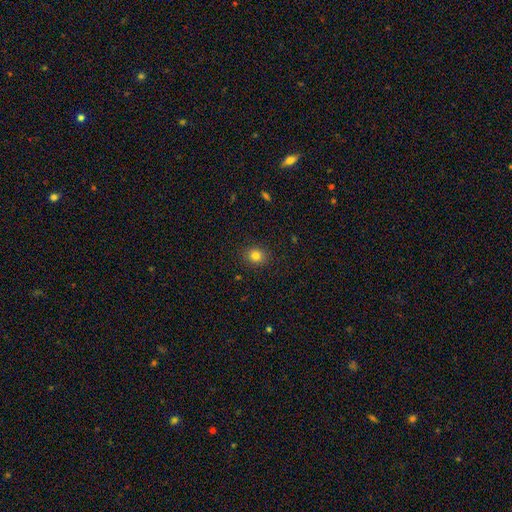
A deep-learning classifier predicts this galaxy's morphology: smooth 82%, star or artifact 12%, featured or disk 6%. Down the decision tree: how rounded — round (71%); merging — none (90%).